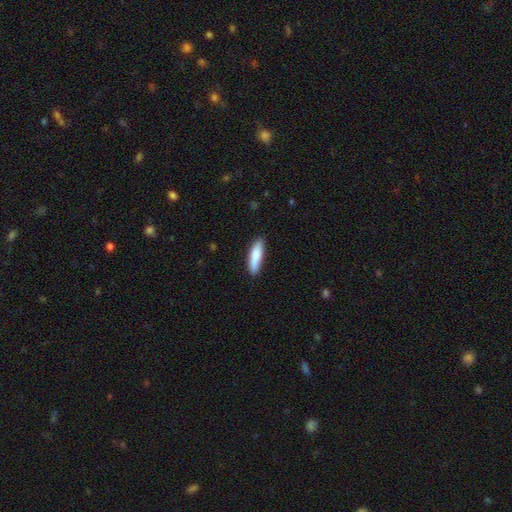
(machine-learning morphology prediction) Smooth or featured?
  - smooth: 82% *
  - featured or disk: 12%
  - star or artifact: 6%
How rounded?
  - cigar-shaped: 70% *
  - in between: 29%
  - round: 1%
Merging?
  - none: 83% *
  - minor disturbance: 13%
  - major disturbance: 2%
  - merger: 1%